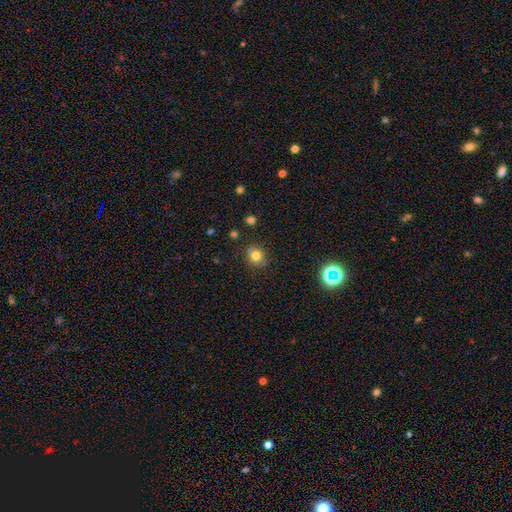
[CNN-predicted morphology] A smooth galaxy with no disk features (78%) that is round (84%). Merging: none (83%).